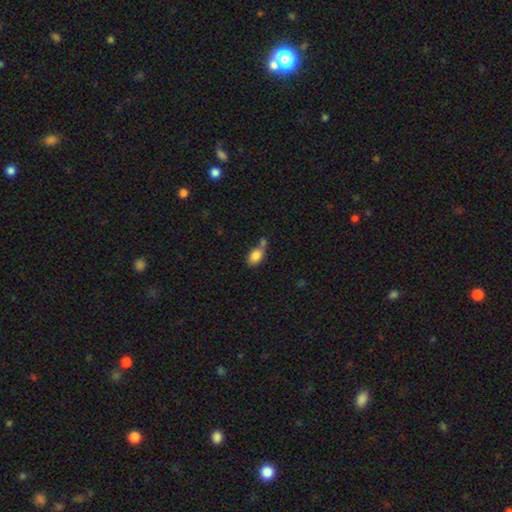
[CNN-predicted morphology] smooth 83%, featured or disk 9%, star or artifact 8%. Down the decision tree: how rounded — in between (88%); merging — none (44%).